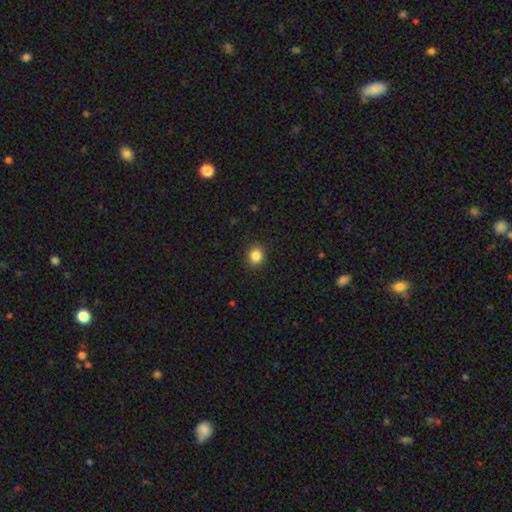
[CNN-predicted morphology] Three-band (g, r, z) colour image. It shows a smooth galaxy with no disk features (85%) that is round (78%). Merging: none (90%).